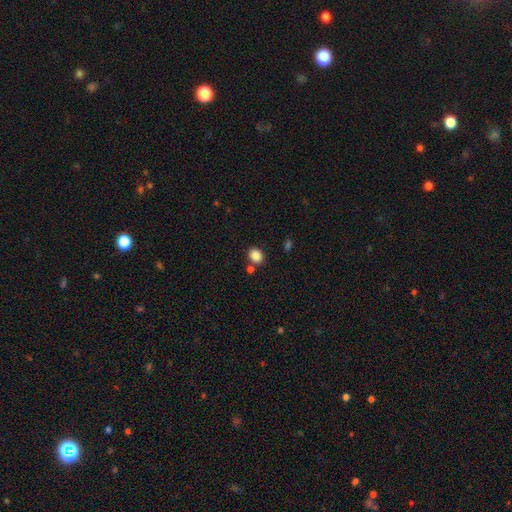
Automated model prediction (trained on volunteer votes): smooth_or_featured: smooth (p=0.86) [alt: star or artifact p=0.09]
how_rounded: round (p=0.50) [alt: in between p=0.49]
merging: none (p=0.75) [alt: merger p=0.12]